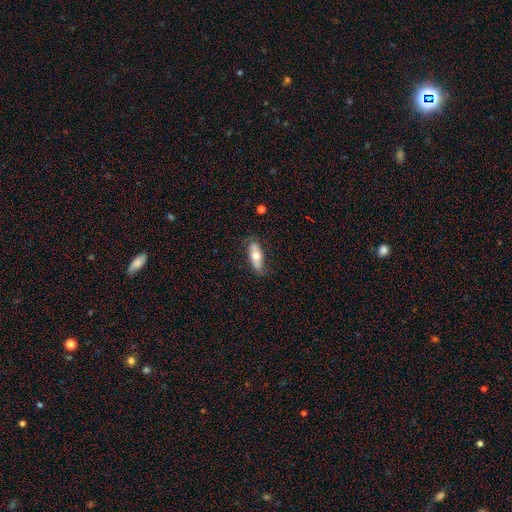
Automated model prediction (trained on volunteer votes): The model was most divided on "smooth or featured": smooth: 58%, featured or disk: 36%, star or artifact: 6%. More confident: merging — none (73%); how rounded — in between (70%).